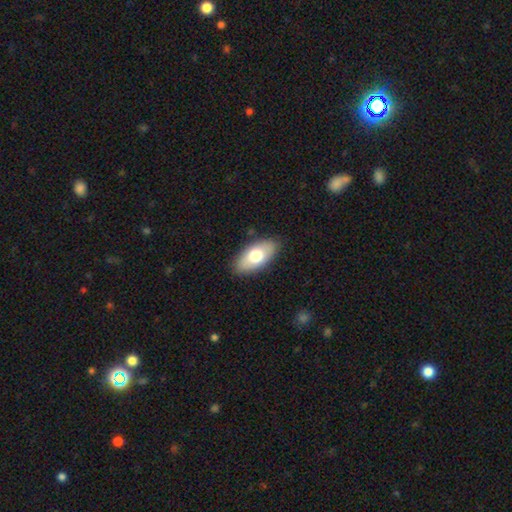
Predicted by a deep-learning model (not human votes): Morphology: type=smooth (71%); roundness=in between (92%); merging=none (87%).